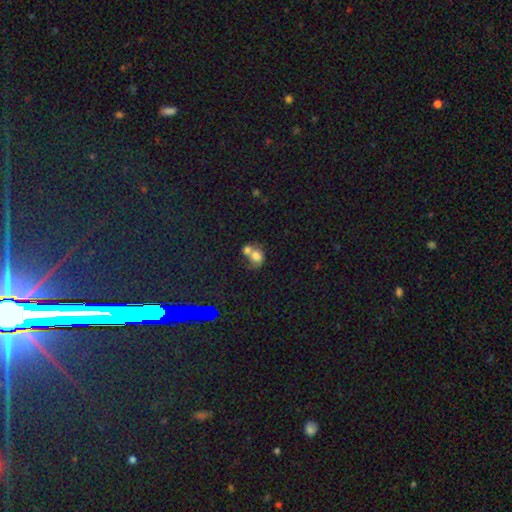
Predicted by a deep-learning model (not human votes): Smooth or featured? smooth (67%)
How rounded? round (60%)
Merging? merger (68%)